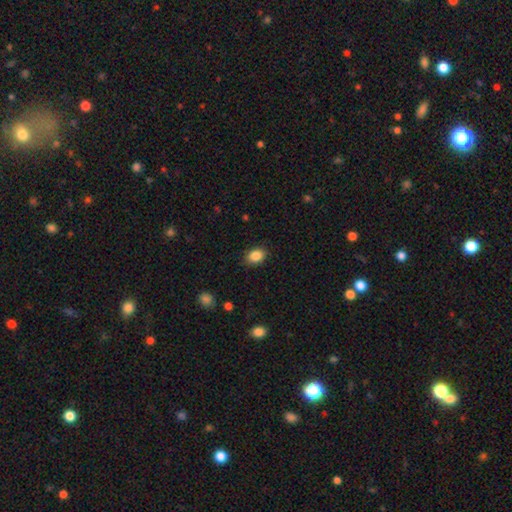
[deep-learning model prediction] Smooth or featured?
  - smooth: 87% *
  - star or artifact: 8%
  - featured or disk: 4%
How rounded?
  - in between: 73% *
  - round: 26%
  - cigar-shaped: 1%
Merging?
  - none: 86% *
  - minor disturbance: 10%
  - major disturbance: 2%
  - merger: 1%